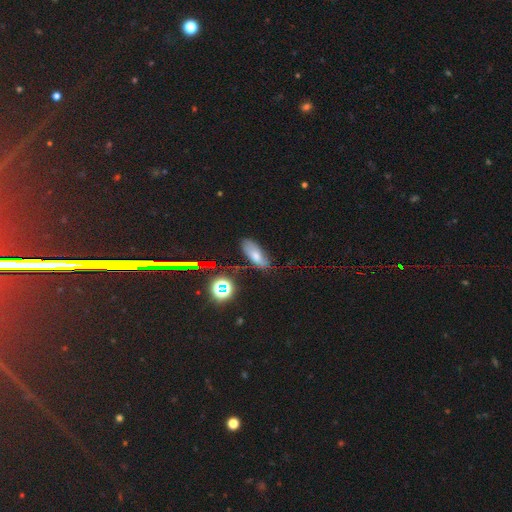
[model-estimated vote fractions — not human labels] A smooth galaxy with no disk features (62%) that is in between round and cigar-shaped (77%). Merging: none (62%).